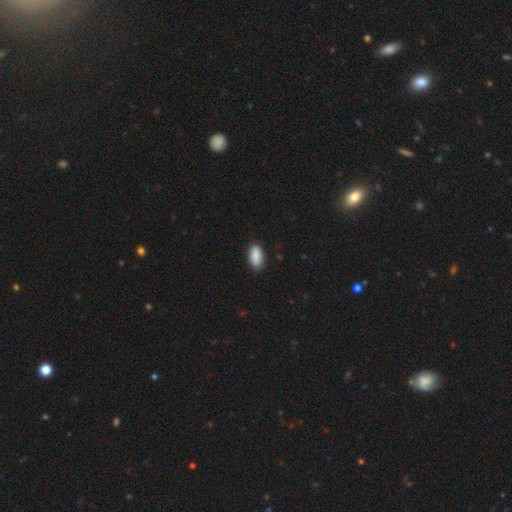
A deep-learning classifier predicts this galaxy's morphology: This appears to be a smooth galaxy with no disk features (88%) that is in between round and cigar-shaped (93%). Merging: none (83%).